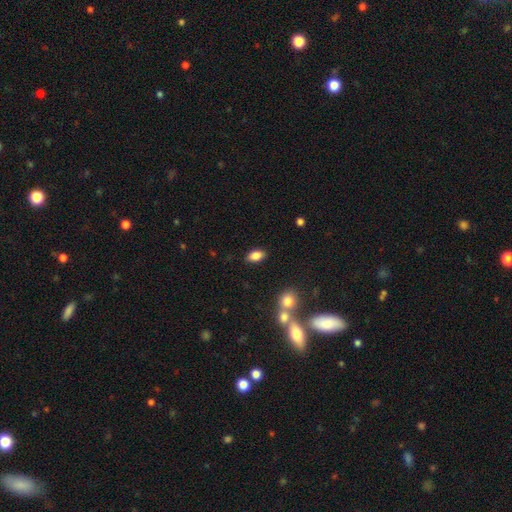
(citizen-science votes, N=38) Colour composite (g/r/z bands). It shows a smooth galaxy with no disk features (84%) that is in between round and cigar-shaped (100%). Merging: none (77%).